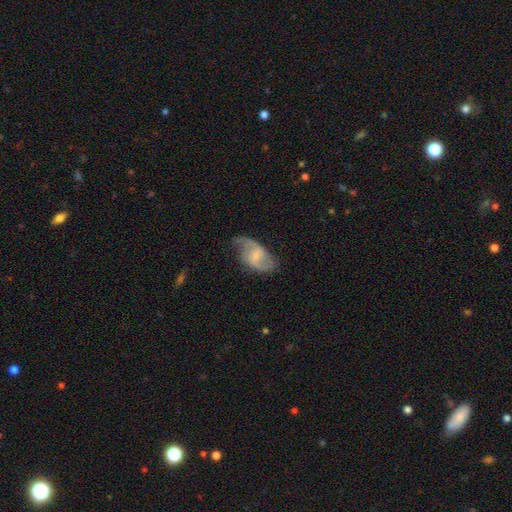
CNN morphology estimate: type=featured or disk (77%); edge-on=no (97%); bar=weak (57%); spiral arms=yes (93%); winding=loose (55%); arm count=2 (88%); bulge=small (42%); merging=none (61%).